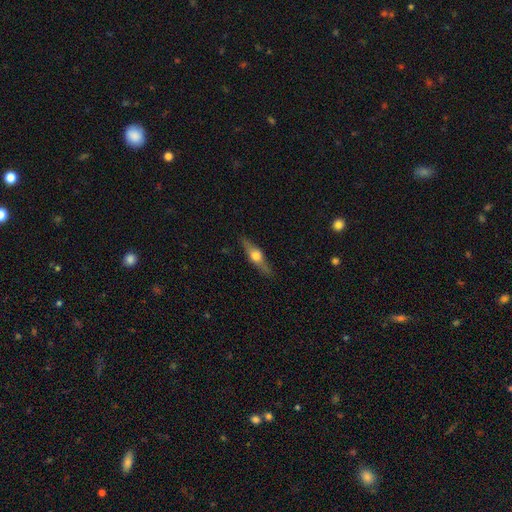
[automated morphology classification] This appears to be a featured or disk galaxy (66%) viewed edge-on (95%) with a rounded central bulge (95%). Merging: none (87%).